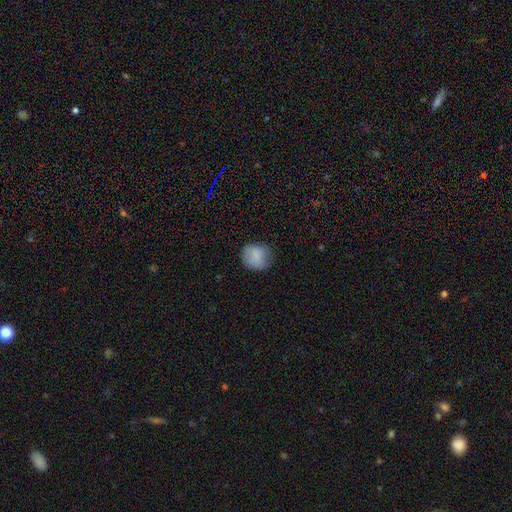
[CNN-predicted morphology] Smooth or featured? Predicted: smooth (p=0.83). How rounded? Predicted: round (p=0.76). Merging? Predicted: none (p=0.72).